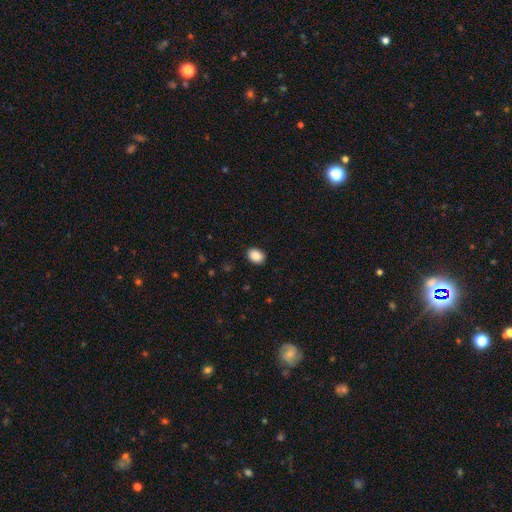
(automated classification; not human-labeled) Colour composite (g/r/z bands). It shows a smooth galaxy with no disk features (89%) that is in between round and cigar-shaped (72%). Merging: none (89%).